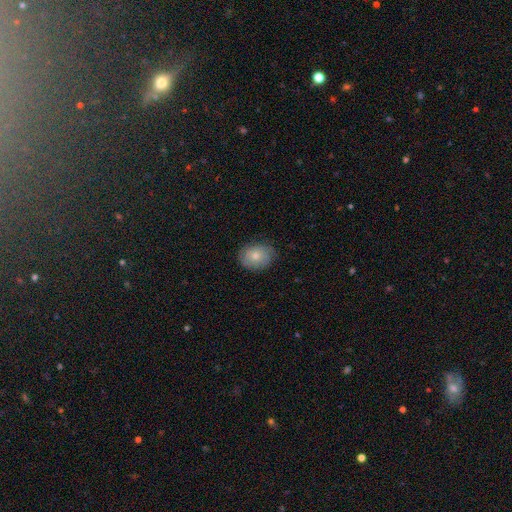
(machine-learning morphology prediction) A smooth galaxy with no disk features (74%) that is in between round and cigar-shaped (51%). Merging: none (80%).